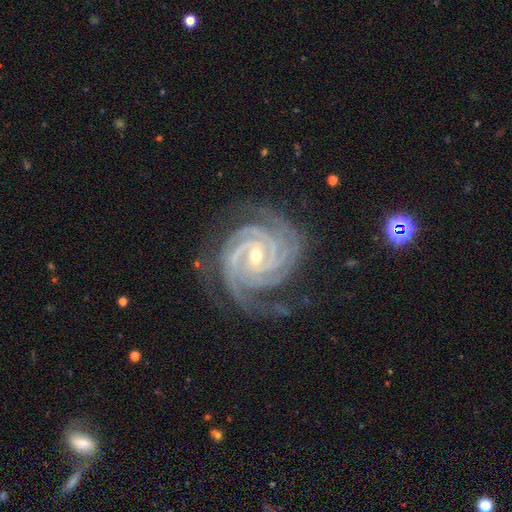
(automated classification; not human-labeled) Smooth or featured?
  - featured or disk: 94% *
  - star or artifact: 4%
  - smooth: 2%
Edge-on disk?
  - no: 98% *
  - yes: 2%
Bar?
  - weak: 41% *
  - no: 31%
  - strong: 28%
Spiral arms?
  - yes: 99% *
  - no: 1%
Spiral winding?
  - tight: 84% *
  - medium: 15%
  - loose: 2%
Spiral arm count?
  - 4: 36% *
  - 3: 28%
  - 2: 11%
  - more than 4: 9%
  - can't tell: 9%
  - 1: 7%
Bulge size?
  - small: 60% *
  - moderate: 37%
  - large: 1%
  - none: 1%
  - dominant: 1%
Merging?
  - none: 77% *
  - minor disturbance: 16%
  - major disturbance: 6%
  - merger: 1%